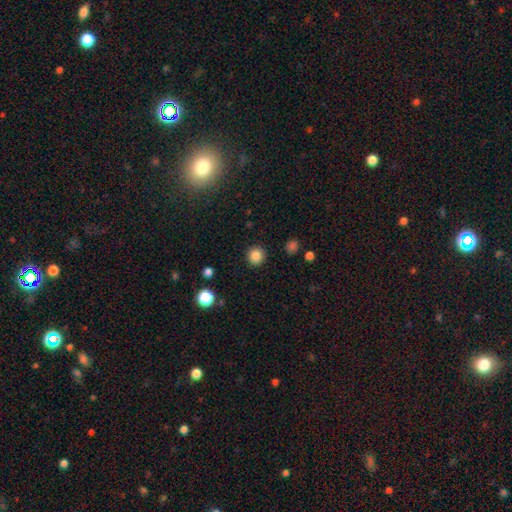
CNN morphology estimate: This is clearly a smooth galaxy (85%). How rounded: clearly round (93%). Merging: clearly none (92%).